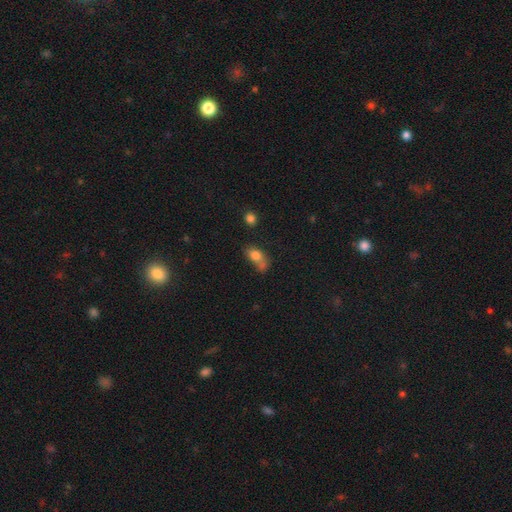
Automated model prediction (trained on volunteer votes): Smooth or featured?
  - smooth: 77% *
  - featured or disk: 13%
  - star or artifact: 11%
How rounded?
  - in between: 75% *
  - round: 21%
  - cigar-shaped: 4%
Merging?
  - merger: 39% *
  - none: 29%
  - minor disturbance: 18%
  - major disturbance: 14%